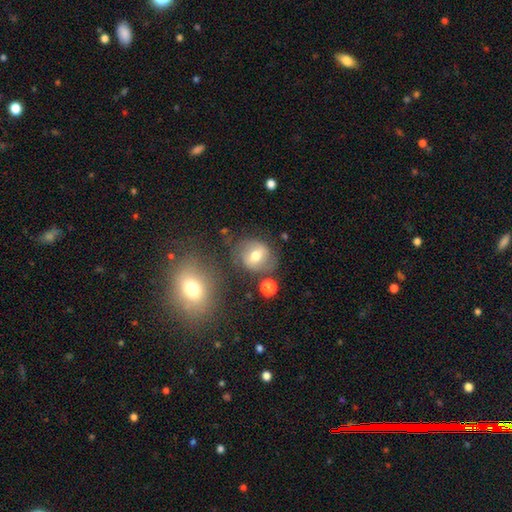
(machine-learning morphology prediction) smooth_or_featured: smooth (p=0.50) [alt: featured or disk p=0.40]
how_rounded: round (p=0.64) [alt: in between p=0.34]
merging: none (p=0.70) [alt: minor disturbance p=0.17]